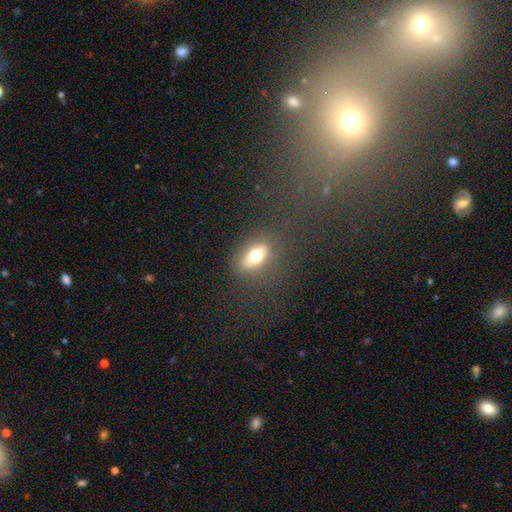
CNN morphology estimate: Smooth or featured? smooth (68%)
How rounded? in between (77%)
Merging? none (80%)